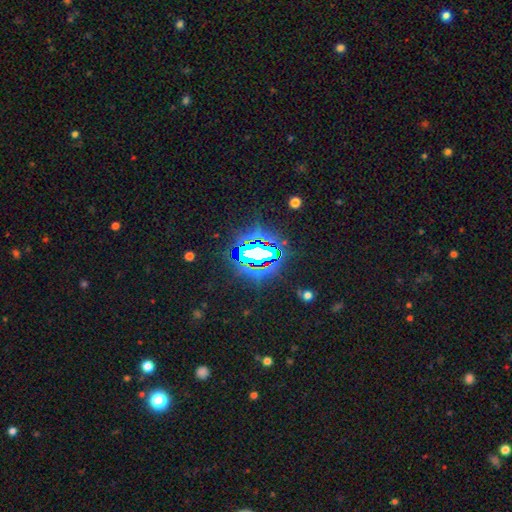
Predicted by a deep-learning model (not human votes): Morphology: type=star or artifact (77%).